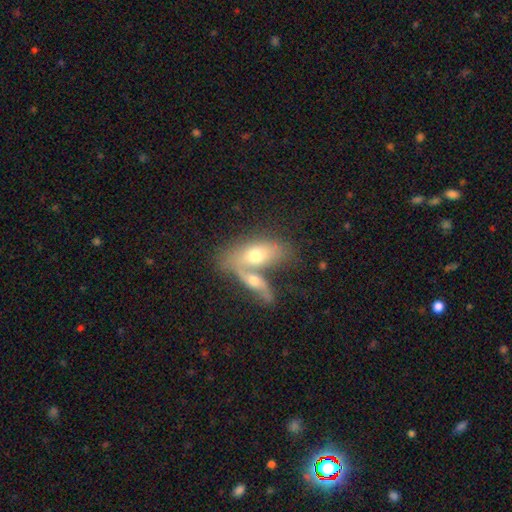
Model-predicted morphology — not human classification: type=smooth (55%); roundness=in between (77%); merging=merger (61%).